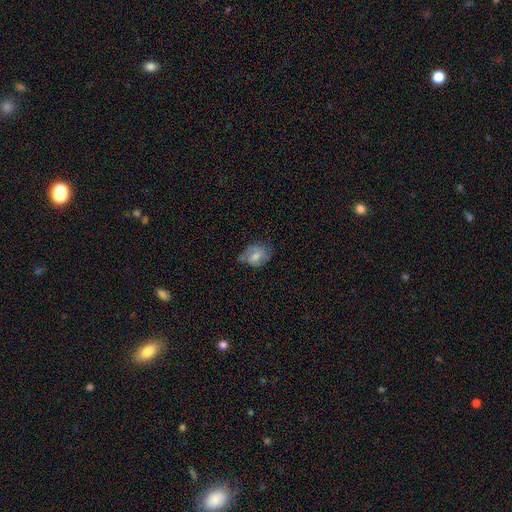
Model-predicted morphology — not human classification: Smooth or featured? featured or disk (48%)
Merging? none (50%)